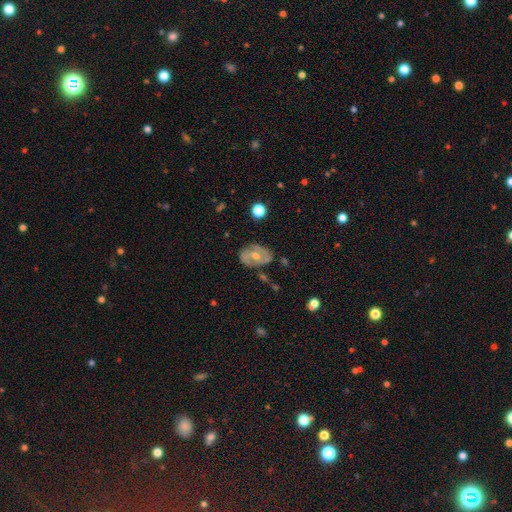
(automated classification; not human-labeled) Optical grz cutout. It shows a featured or disk galaxy (66%) with no bar (53%), spiral arms (61%) and a moderate central bulge (70%). Merging: none (71%).